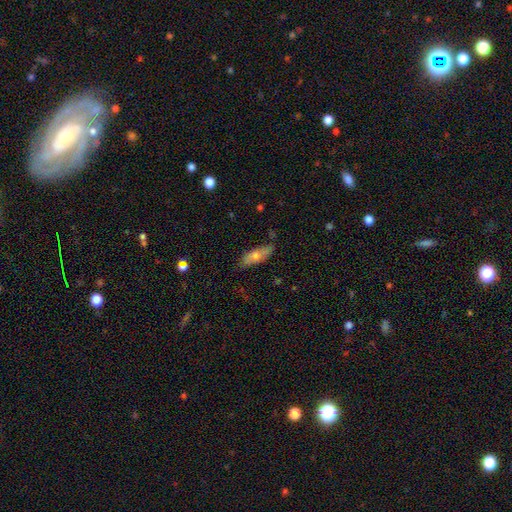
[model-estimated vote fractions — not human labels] This appears to be a smooth galaxy with no disk features (58%) that is in between round and cigar-shaped (58%). Merging: none (78%).